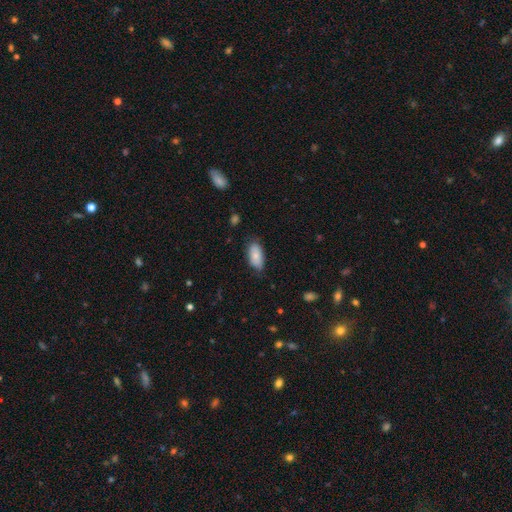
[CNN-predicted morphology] Q: Smooth or featured?
A: smooth (80%); runner-up: featured or disk (13%)
Q: How rounded?
A: in between (92%); runner-up: cigar-shaped (5%)
Q: Merging?
A: none (75%); runner-up: minor disturbance (21%)